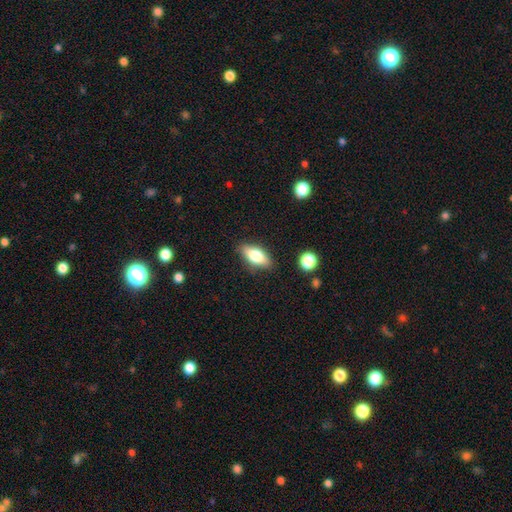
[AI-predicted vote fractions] Smooth or featured: smooth — 71% (featured or disk — 21%)
How rounded: in between — 82% (cigar-shaped — 14%)
Merging: none — 84% (minor disturbance — 12%)